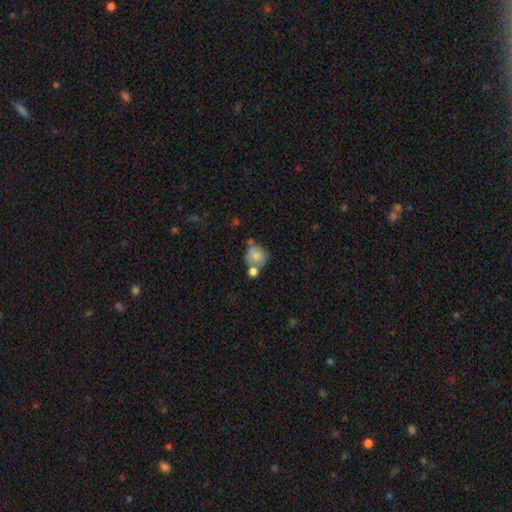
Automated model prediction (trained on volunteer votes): This appears to be a smooth galaxy with no disk features (73%) that is round (79%). Merging: none (42%).